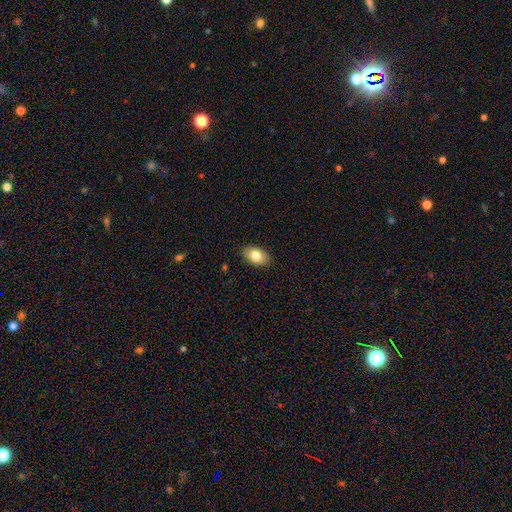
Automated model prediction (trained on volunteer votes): Smooth or featured? smooth (80%)
How rounded? in between (91%)
Merging? none (88%)